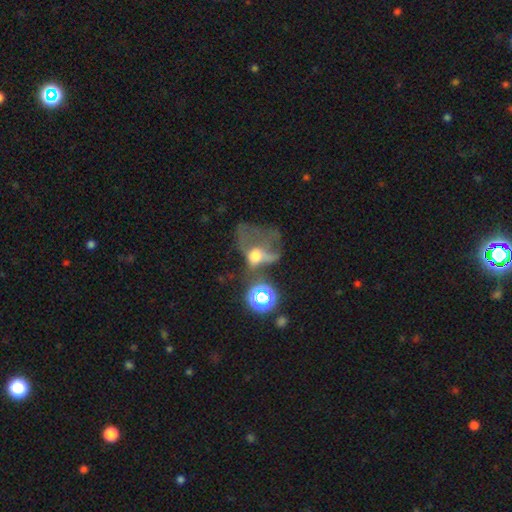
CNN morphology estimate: This is marginally a featured or disk galaxy (40%). Merging: possibly major disturbance (55%).